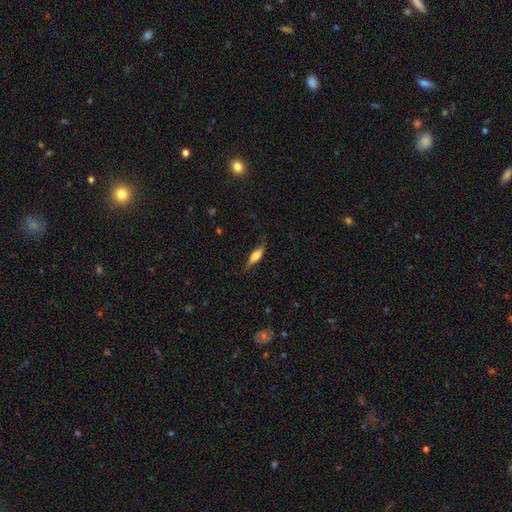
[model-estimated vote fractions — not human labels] smooth 53%, featured or disk 40%, star or artifact 7%. Down the decision tree: how rounded — in between (50%); merging — none (72%).